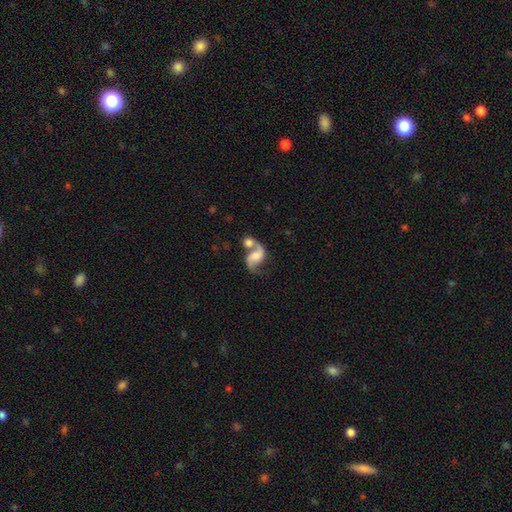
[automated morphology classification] Smooth or featured: featured or disk — 79% (smooth — 15%)
Edge-on disk: no — 98% (yes — 2%)
Bar: no — 54% (weak — 35%)
Spiral arms: yes — 93% (no — 7%)
Spiral winding: loose — 65% (medium — 29%)
Spiral arm count: 2 — 88% (1 — 6%)
Bulge size: moderate — 38% (small — 29%)
Merging: merger — 47% (none — 32%)